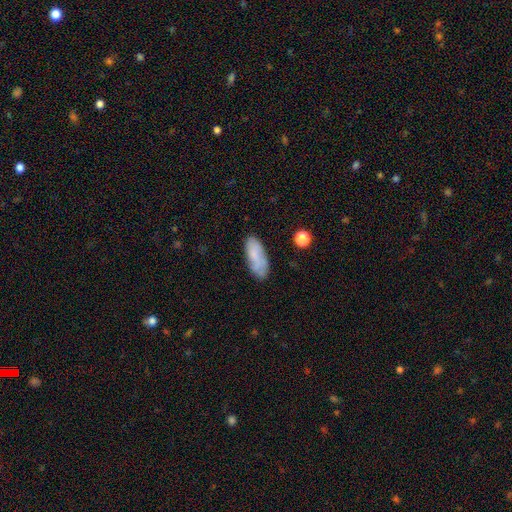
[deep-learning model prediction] Smooth or featured? Predicted: smooth (p=0.74). How rounded? Predicted: in between (p=0.79). Merging? Predicted: none (p=0.68).